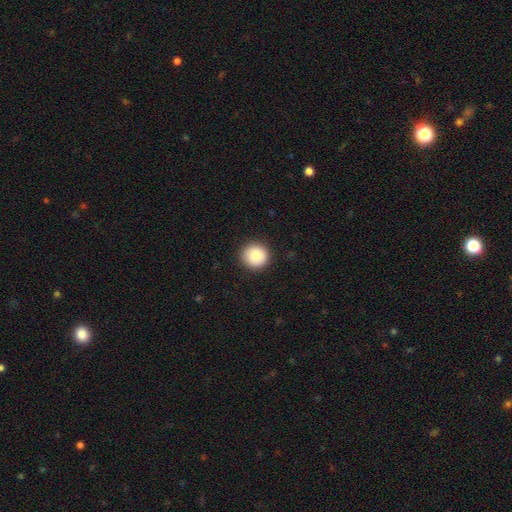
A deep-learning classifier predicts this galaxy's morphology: smooth-or-featured: smooth: 85% | star or artifact: 8% | featured or disk: 7%
  how-rounded: round: 94% | in between: 5% | cigar-shaped: 1%
  merging: none: 91% | minor disturbance: 6% | major disturbance: 2% | merger: 1%